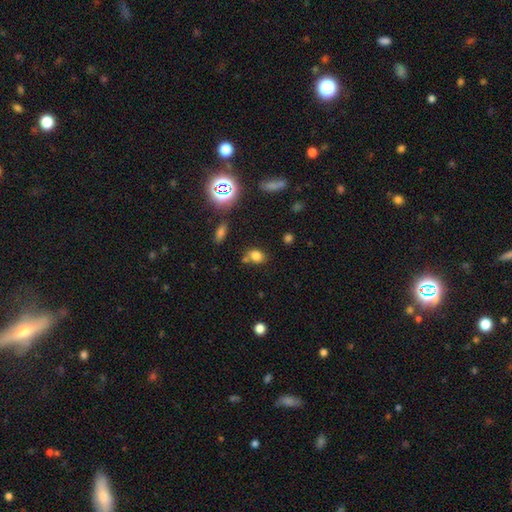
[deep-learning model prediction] smooth 74%, star or artifact 17%, featured or disk 8%. Down the decision tree: how rounded — in between (56%); merging — none (60%).